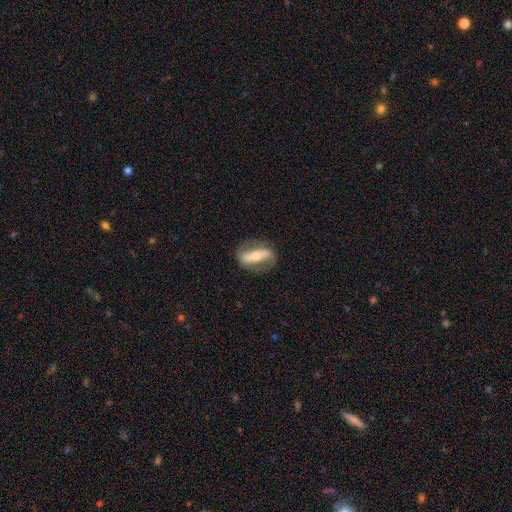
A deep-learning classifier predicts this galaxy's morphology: A featured or disk galaxy (70%) with a strong bar (74%), spiral arms (61%) and a moderate central bulge (51%).

Vote fractions:
- Smooth or featured? featured or disk: 70% / smooth: 24% / star or artifact: 6%
- Edge-on disk? no: 74% / yes: 26%
- Bar? strong: 74% / weak: 14% / no: 12%
- Spiral arms? yes: 61% / no: 39%
- Bulge size? moderate: 51% / small: 37% / large: 7% / none: 3% / dominant: 2%
- Merging? none: 79% / minor disturbance: 13% / major disturbance: 7% / merger: 1%